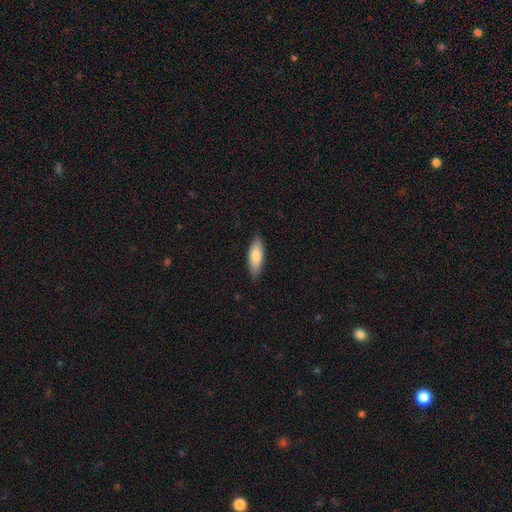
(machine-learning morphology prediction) Smooth or featured: smooth — 81% (featured or disk — 14%)
How rounded: in between — 67% (cigar-shaped — 32%)
Merging: none — 85% (minor disturbance — 12%)